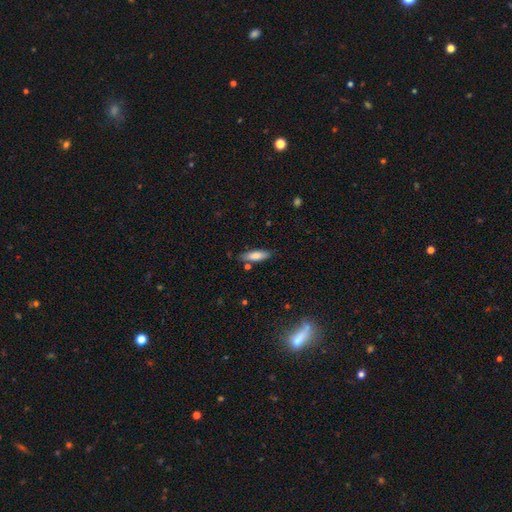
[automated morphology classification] Smooth or featured: smooth — 78% (featured or disk — 15%)
How rounded: cigar-shaped — 53% (in between — 45%)
Merging: none — 80% (minor disturbance — 13%)